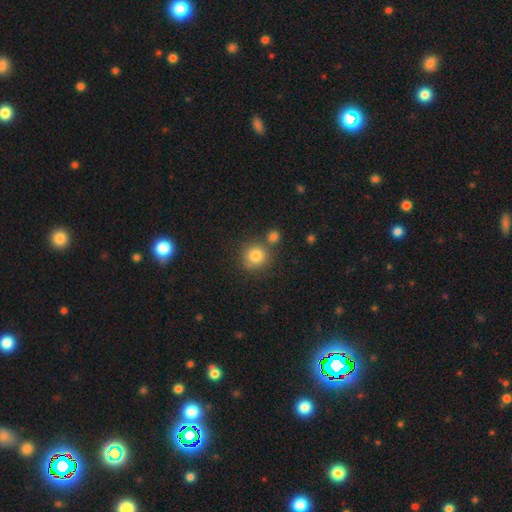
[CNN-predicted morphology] This appears to be a smooth galaxy with no disk features (83%) that is round (90%). Merging: none (69%).